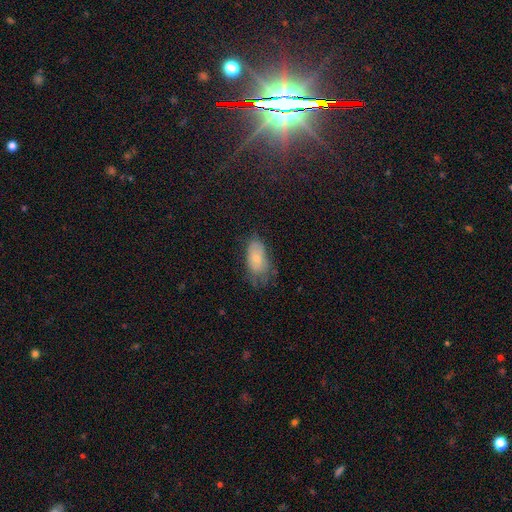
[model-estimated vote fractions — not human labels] Smooth or featured?
  - smooth: 58% *
  - featured or disk: 26%
  - star or artifact: 16%
How rounded?
  - in between: 90% *
  - round: 5%
  - cigar-shaped: 5%
Merging?
  - none: 54% *
  - minor disturbance: 31%
  - major disturbance: 13%
  - merger: 2%